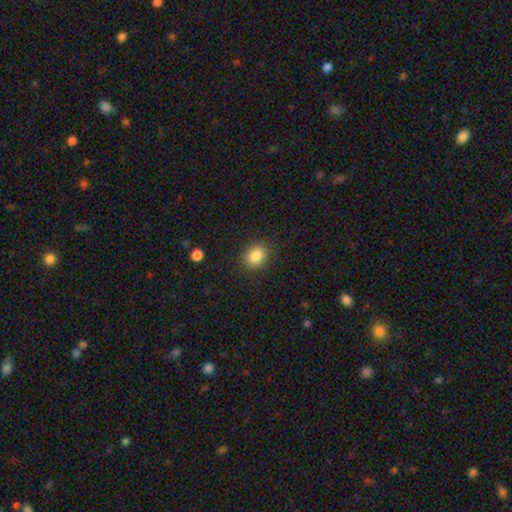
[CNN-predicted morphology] Overall: smooth (85%). How rounded: round (60%; in between 39%). Merging: none (87%).